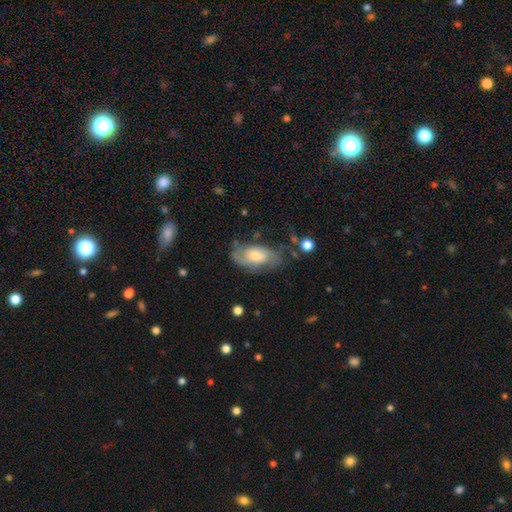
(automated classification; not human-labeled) Smooth or featured? featured or disk (51%)
Edge-on disk? no (93%)
Merging? none (52%)